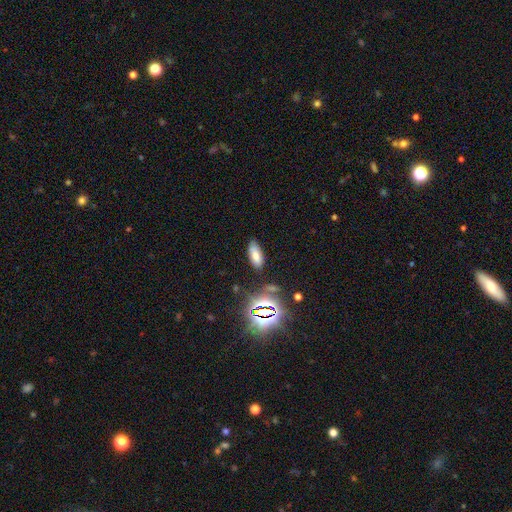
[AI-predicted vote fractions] Overall: smooth (65%). How rounded: in between (81%). Merging: none (81%).